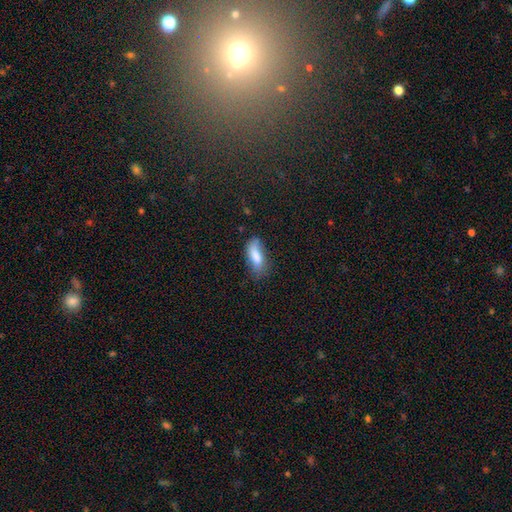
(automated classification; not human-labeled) Smooth or featured? smooth (81%)
How rounded? in between (78%)
Merging? none (58%)